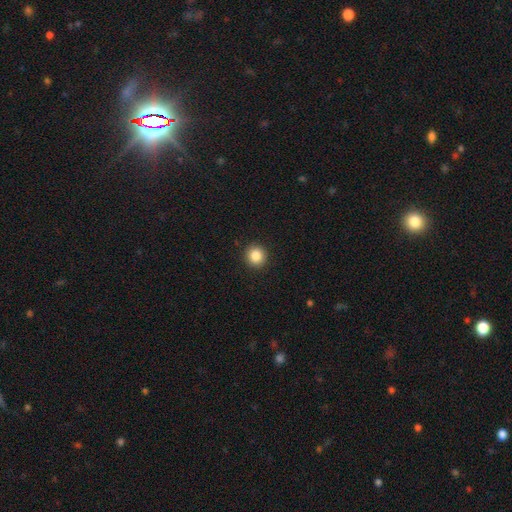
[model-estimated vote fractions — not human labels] smooth 86%, star or artifact 10%, featured or disk 4%. Down the decision tree: how rounded — round (94%); merging — none (92%).